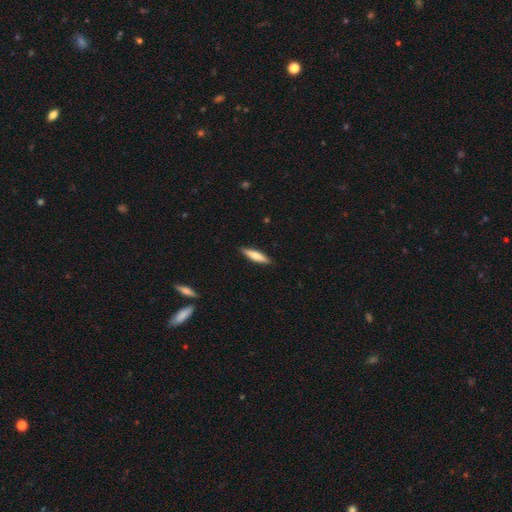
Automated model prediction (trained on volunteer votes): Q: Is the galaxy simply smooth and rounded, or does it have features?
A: smooth — 69%.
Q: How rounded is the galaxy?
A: cigar-shaped — 76%.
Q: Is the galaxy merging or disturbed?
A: none — 90%.